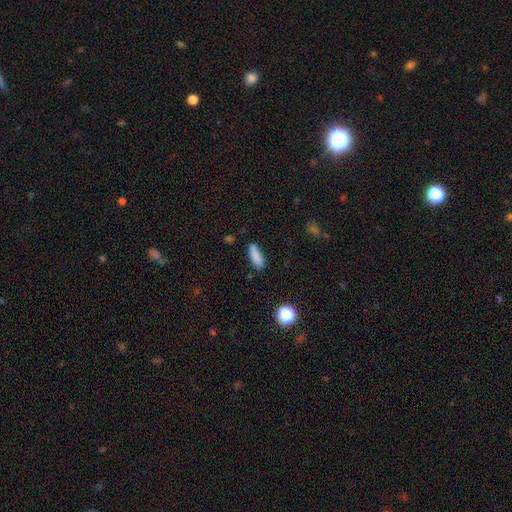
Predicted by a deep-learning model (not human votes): smooth 85%, star or artifact 9%, featured or disk 6%. Down the decision tree: how rounded — in between (51%); merging — none (79%).